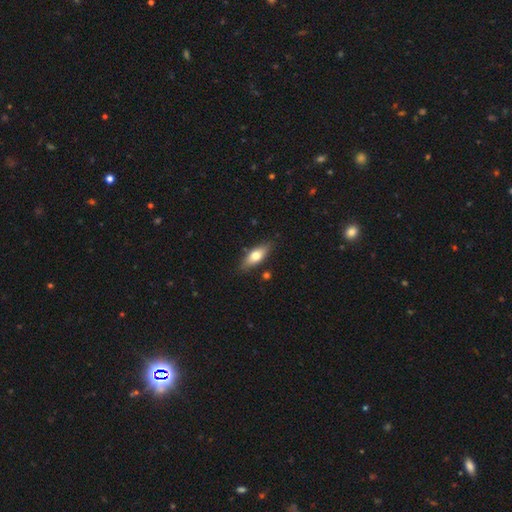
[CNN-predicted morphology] A smooth galaxy with no disk features (68%) that is in between round and cigar-shaped (68%).

Vote fractions:
- Smooth or featured? smooth: 68% / featured or disk: 26% / star or artifact: 6%
- How rounded? in between: 68% / cigar-shaped: 29% / round: 3%
- Merging? none: 82% / minor disturbance: 13% / merger: 3% / major disturbance: 2%